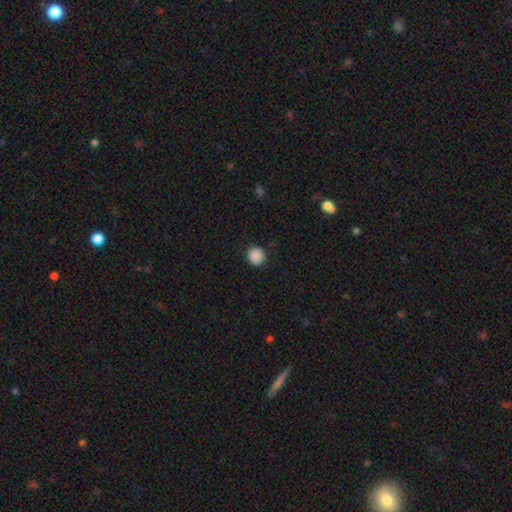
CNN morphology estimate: smooth_or_featured: smooth (p=0.89) [alt: star or artifact p=0.09]
how_rounded: round (p=0.90) [alt: in between p=0.09]
merging: none (p=0.90) [alt: minor disturbance p=0.07]